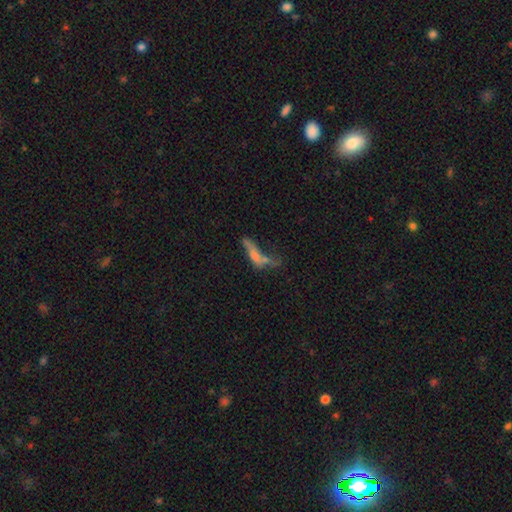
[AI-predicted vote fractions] A smooth galaxy with no disk features (53%) that is cigar-shaped (64%).

Vote fractions:
- Smooth or featured? smooth: 53% / featured or disk: 34% / star or artifact: 13%
- How rounded? cigar-shaped: 64% / in between: 33% / round: 4%
- Merging? merger: 34% / none: 26% / major disturbance: 24% / minor disturbance: 16%